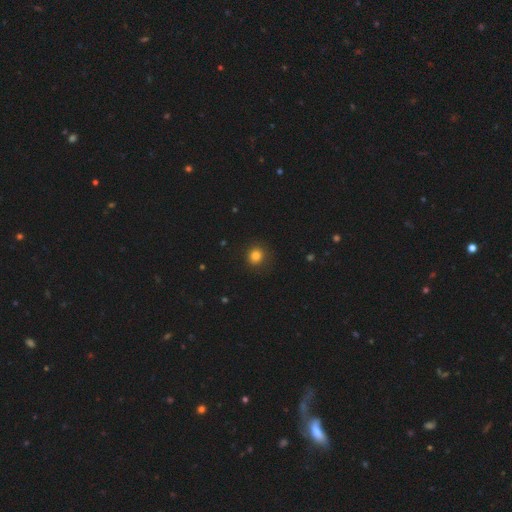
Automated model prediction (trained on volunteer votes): Smooth or featured? smooth (83%)
How rounded? round (89%)
Merging? none (87%)